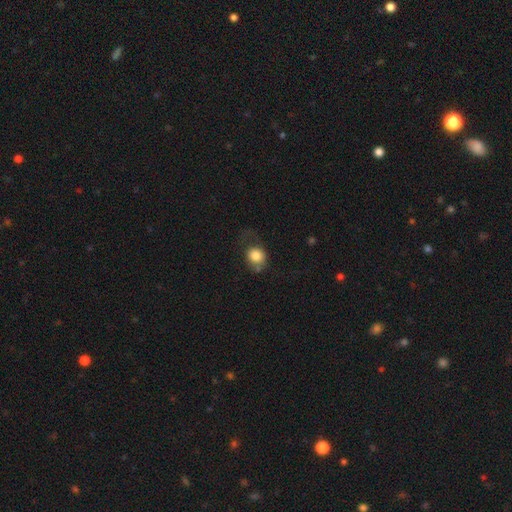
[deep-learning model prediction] smooth 80%, featured or disk 11%, star or artifact 9%. Down the decision tree: how rounded — round (75%); merging — none (47%).